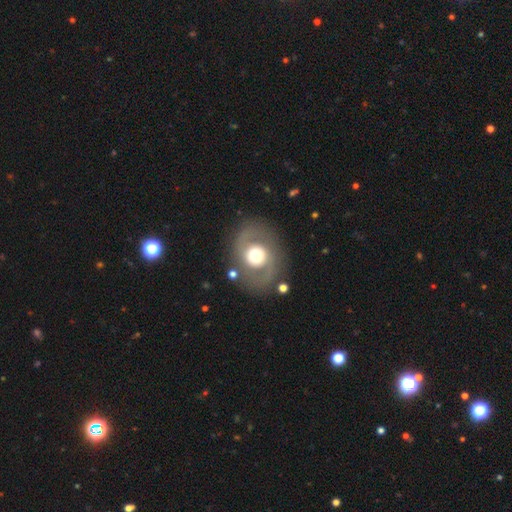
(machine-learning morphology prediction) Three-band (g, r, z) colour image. It shows a featured or disk galaxy (67%) with no bar (71%), spiral arms (62%) and a moderate central bulge (44%). Merging: none (80%).